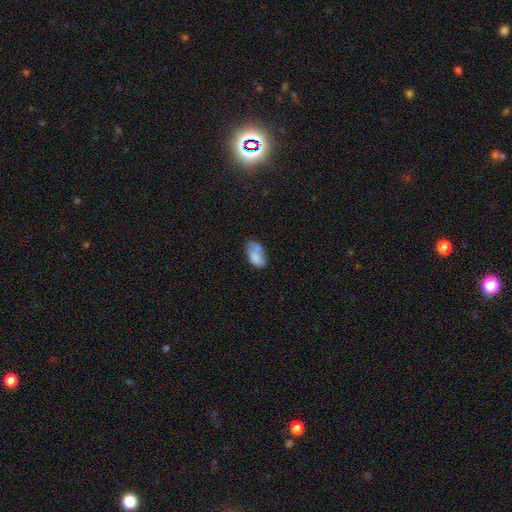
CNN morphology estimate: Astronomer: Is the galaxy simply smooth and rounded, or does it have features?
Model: smooth — 74%.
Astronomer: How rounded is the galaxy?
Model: in between — 92%.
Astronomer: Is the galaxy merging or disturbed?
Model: none — 43% (runner-up: minor disturbance, 26%).